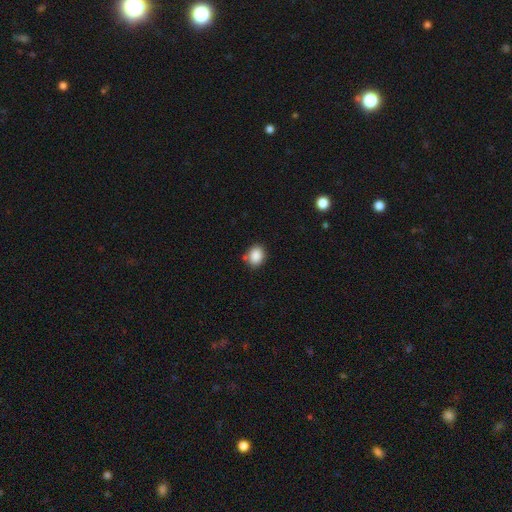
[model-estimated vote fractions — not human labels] This is clearly a smooth galaxy (87%). How rounded: possibly round (56%). Merging: likely none (77%).